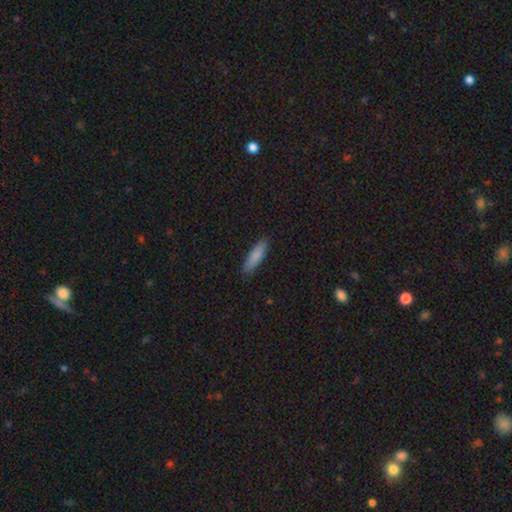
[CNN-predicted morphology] A smooth galaxy with no disk features (85%) that is cigar-shaped (65%). Merging: none (88%).